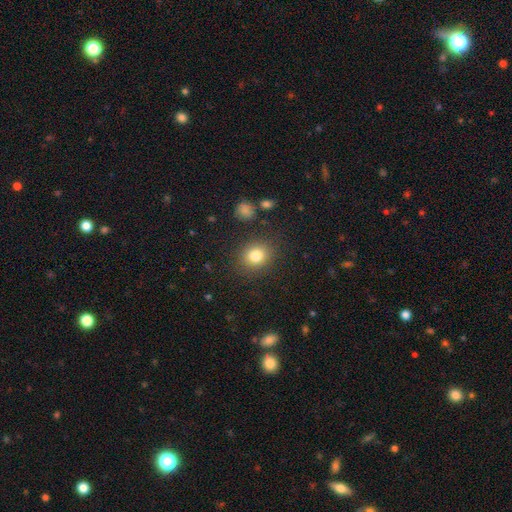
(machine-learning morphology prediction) A smooth galaxy with no disk features (81%) that is round (73%). Merging: none (86%).